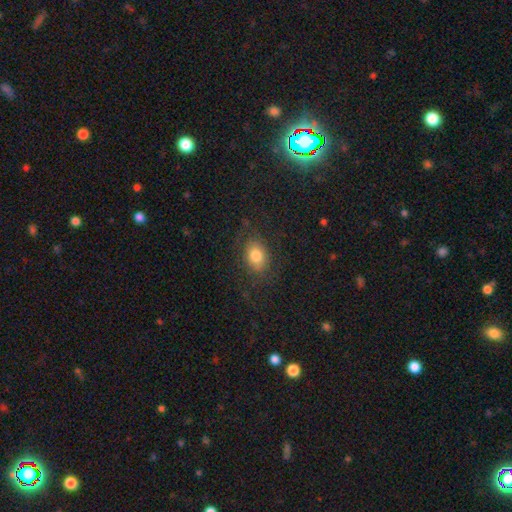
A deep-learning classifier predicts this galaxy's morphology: This appears to be a smooth galaxy with no disk features (66%) that is in between round and cigar-shaped (77%). Merging: none (73%).